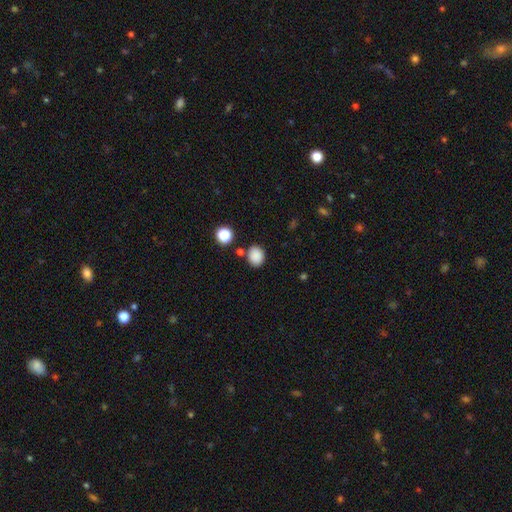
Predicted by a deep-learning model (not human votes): Smooth or featured? smooth (86%)
How rounded? round (58%)
Merging? none (79%)